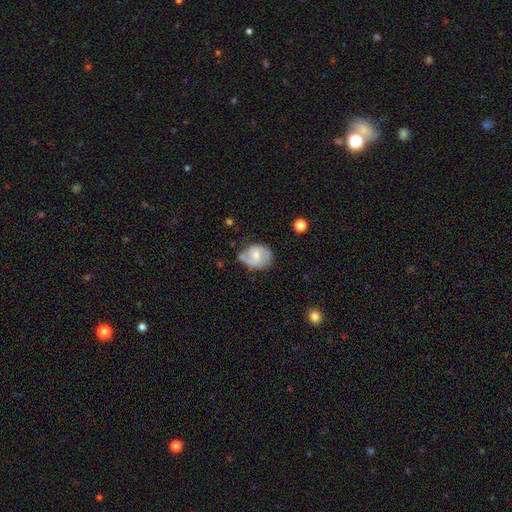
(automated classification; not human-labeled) smooth_or_featured: featured or disk (p=0.58) [alt: smooth p=0.35]
disk_edge_on: no (p=0.97) [alt: yes p=0.03]
bar: no (p=0.52) [alt: weak p=0.39]
has_spiral_arms: yes (p=0.77) [alt: no p=0.23]
bulge_size: moderate (p=0.51) [alt: small p=0.41]
merging: none (p=0.49) [alt: minor disturbance p=0.31]